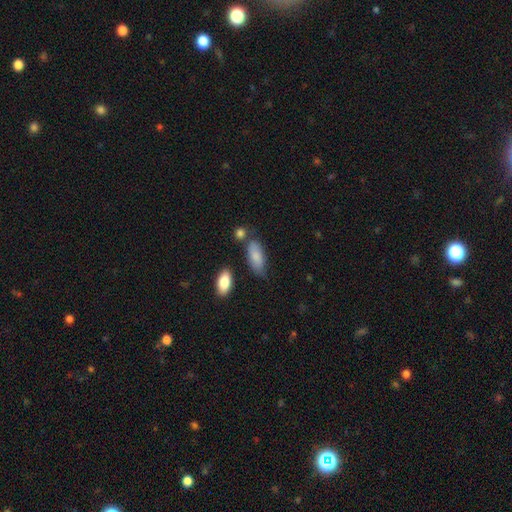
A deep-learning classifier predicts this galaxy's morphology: Q: Smooth or featured?
A: smooth (83%); runner-up: featured or disk (10%)
Q: How rounded?
A: in between (84%); runner-up: cigar-shaped (13%)
Q: Merging?
A: none (62%); runner-up: minor disturbance (25%)